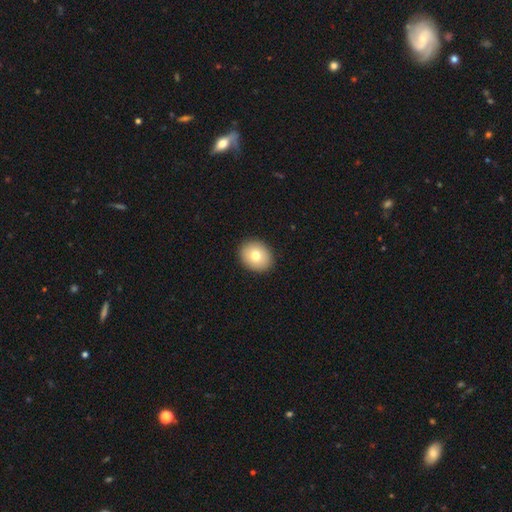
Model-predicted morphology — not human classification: This appears to be a smooth galaxy with no disk features (76%) that is round (61%). Merging: none (91%).